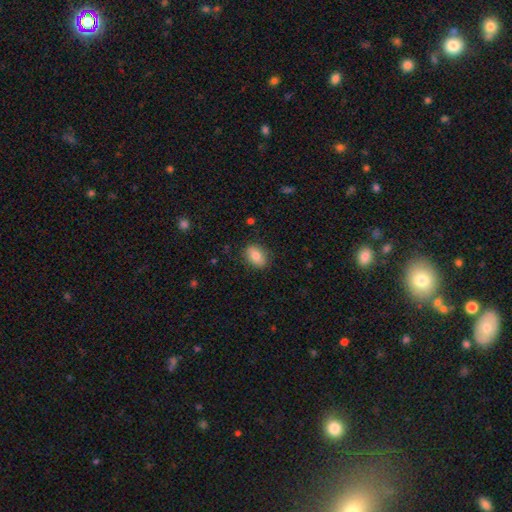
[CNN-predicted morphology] smooth-or-featured: smooth: 81% | featured or disk: 11% | star or artifact: 8%
  how-rounded: in between: 78% | round: 20% | cigar-shaped: 2%
  merging: none: 85% | minor disturbance: 12% | major disturbance: 3% | merger: 1%